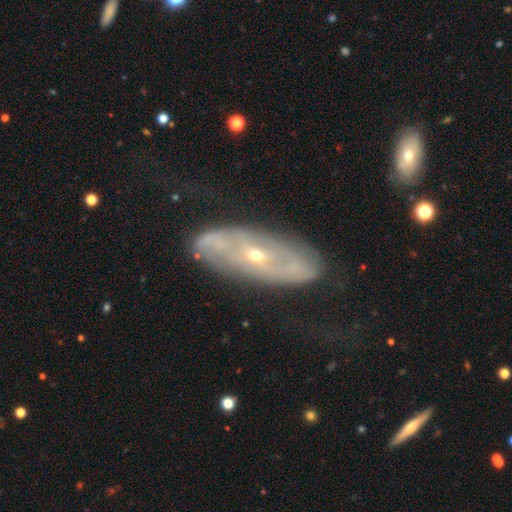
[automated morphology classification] A featured or disk galaxy (78%) with no bar (72%), spiral arms (74%) and a small central bulge (67%).

Vote fractions:
- Smooth or featured? featured or disk: 78% / smooth: 14% / star or artifact: 7%
- Edge-on disk? no: 83% / yes: 17%
- Bar? no: 72% / weak: 19% / strong: 9%
- Spiral arms? yes: 74% / no: 26%
- Bulge size? small: 67% / moderate: 31% / large: 1% / dominant: 1% / none: 1%
- Merging? none: 72% / minor disturbance: 17% / major disturbance: 8% / merger: 2%